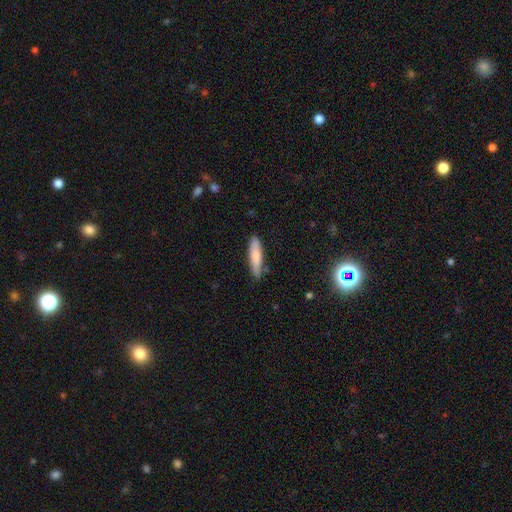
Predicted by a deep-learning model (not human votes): Q: Smooth or featured?
A: smooth (79%); runner-up: featured or disk (16%)
Q: How rounded?
A: cigar-shaped (73%); runner-up: in between (25%)
Q: Merging?
A: none (79%); runner-up: minor disturbance (16%)